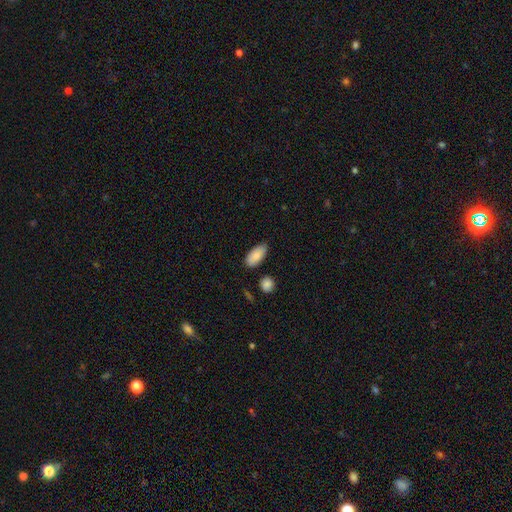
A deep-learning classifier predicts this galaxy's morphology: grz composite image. It shows a smooth galaxy with no disk features (86%) that is in between round and cigar-shaped (91%). Merging: none (75%).